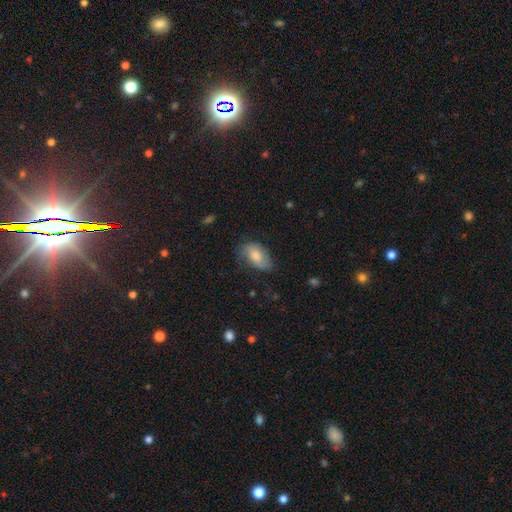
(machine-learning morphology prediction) This appears to be a smooth galaxy with no disk features (65%) that is in between round and cigar-shaped (91%). Merging: none (56%).